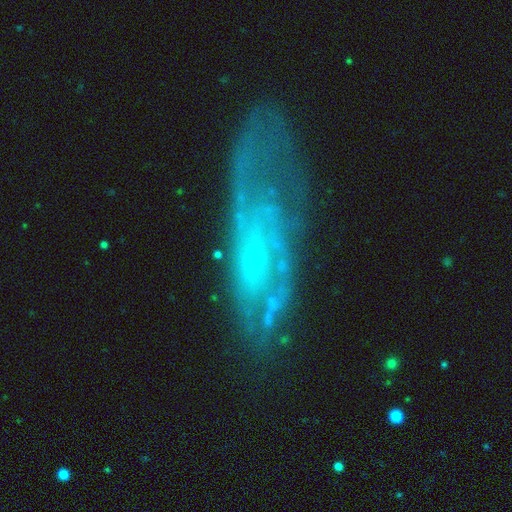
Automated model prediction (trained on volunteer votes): Overall: featured or disk (75%). Edge-on disk: no (82%). Bar: no (64%; weak 29%). Spiral arms: yes (78%). Bulge size: none (43%; small 37%). Merging: none (62%).